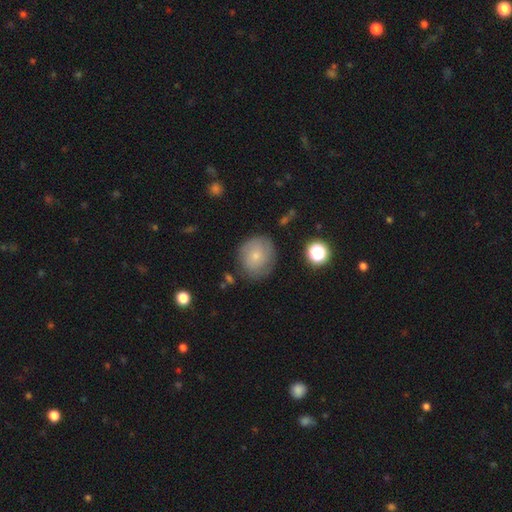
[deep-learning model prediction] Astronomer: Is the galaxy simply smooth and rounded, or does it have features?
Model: smooth — 63%.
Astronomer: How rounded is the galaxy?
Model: round — 77%.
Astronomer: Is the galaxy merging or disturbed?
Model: none — 75%.